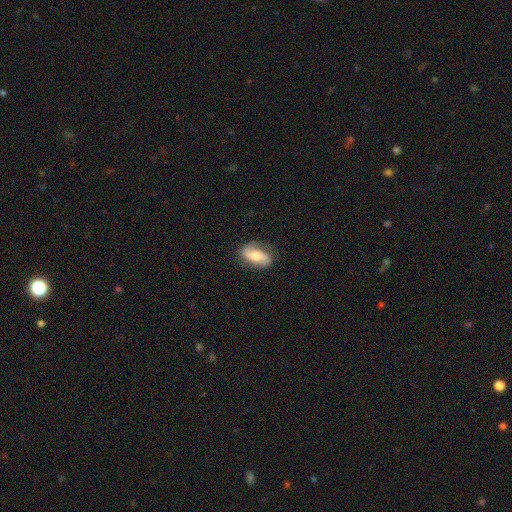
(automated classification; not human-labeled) A featured or disk galaxy (58%) with no bar (50%), spiral arms (89%) and a moderate central bulge (55%). Merging: none (76%).